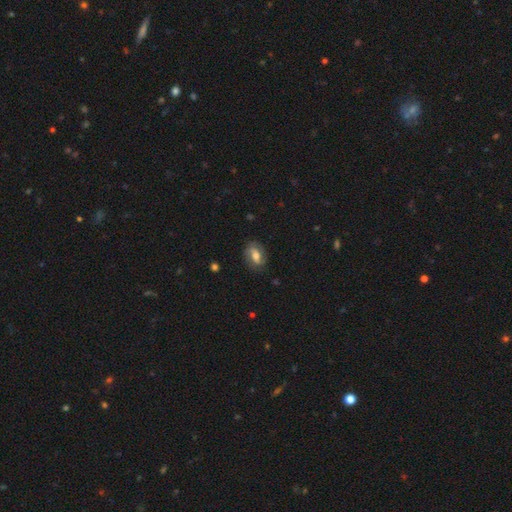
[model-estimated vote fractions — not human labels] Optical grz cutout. It shows a featured or disk galaxy (46%). Merging: none (75%).